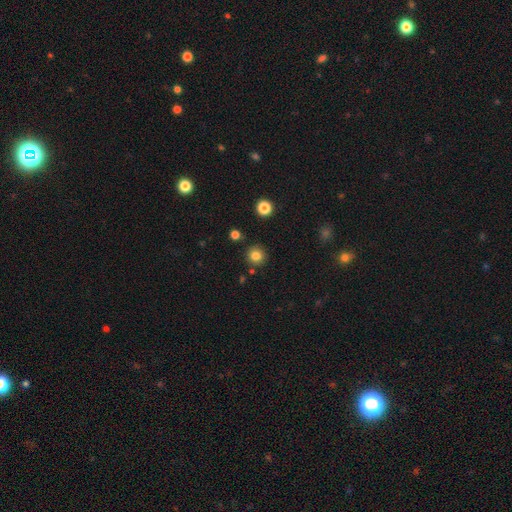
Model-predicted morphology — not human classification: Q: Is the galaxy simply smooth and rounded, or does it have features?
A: smooth — 83%.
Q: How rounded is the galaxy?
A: round — 94%.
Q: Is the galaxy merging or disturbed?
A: none — 88%.